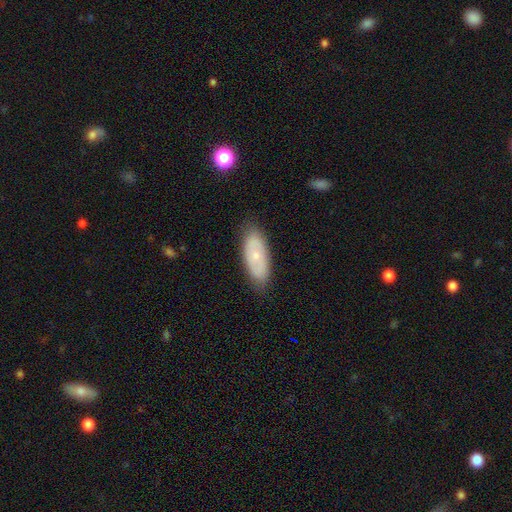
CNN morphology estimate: This appears to be a smooth galaxy with no disk features (56%) that is in between round and cigar-shaped (84%). Merging: none (82%).